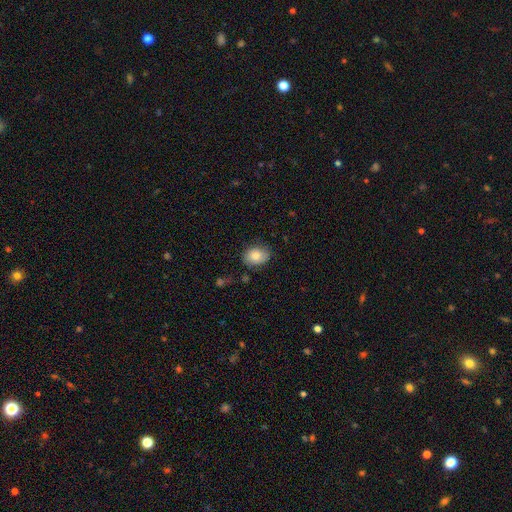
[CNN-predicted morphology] The model was most divided on "how rounded": in between: 62%, round: 37%, cigar-shaped: 1%. More confident: smooth or featured — smooth (81%); merging — none (75%).